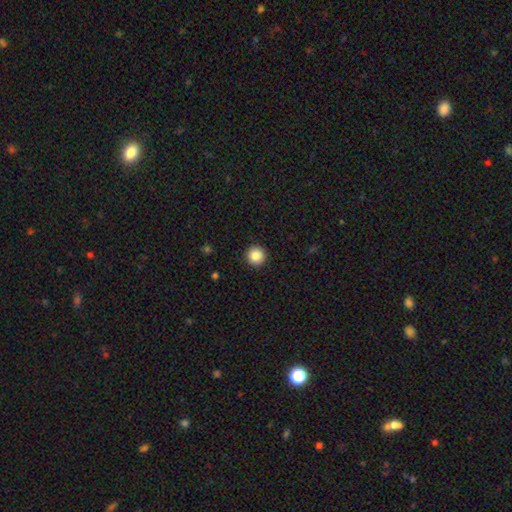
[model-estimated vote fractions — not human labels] The model was most divided on "smooth or featured": smooth: 85%, star or artifact: 10%, featured or disk: 5%. More confident: how rounded — round (96%); merging — none (94%).